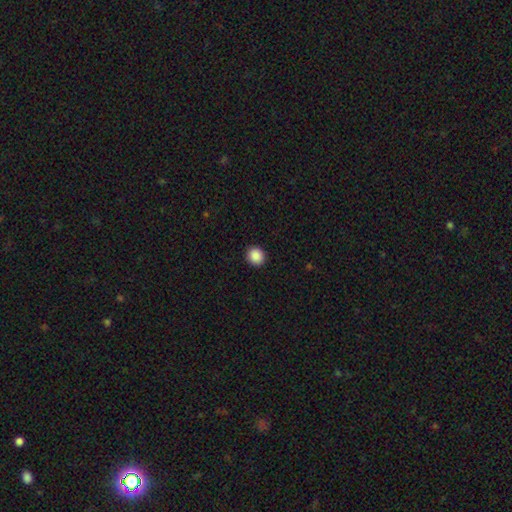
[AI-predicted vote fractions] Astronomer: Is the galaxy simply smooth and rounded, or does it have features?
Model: smooth — 89%.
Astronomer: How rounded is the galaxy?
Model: round — 85%.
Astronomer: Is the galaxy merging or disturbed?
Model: none — 93%.